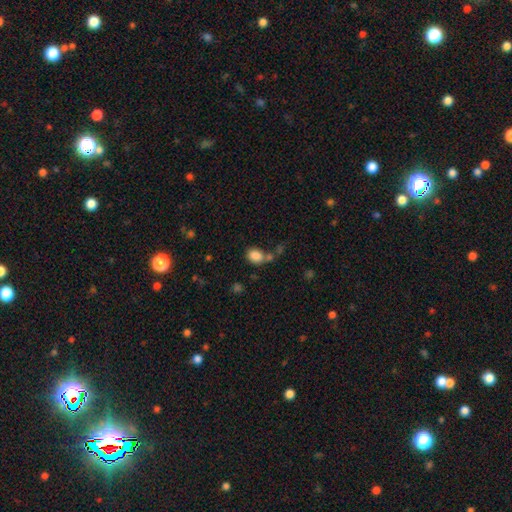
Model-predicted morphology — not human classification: Smooth or featured: smooth — 85% (star or artifact — 10%)
How rounded: in between — 60% (round — 39%)
Merging: none — 55% (merger — 23%)